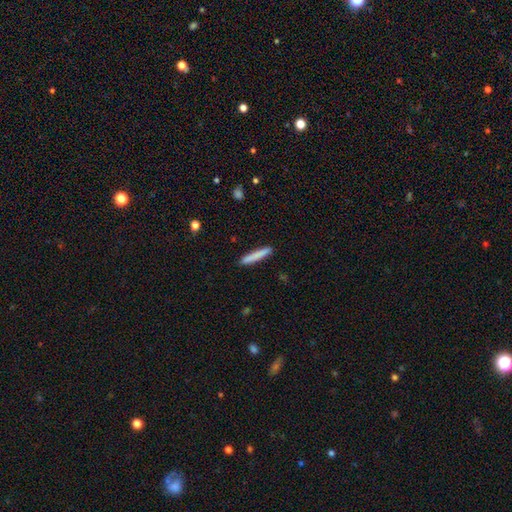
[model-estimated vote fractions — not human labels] Smooth or featured: smooth — 82% (featured or disk — 13%)
How rounded: cigar-shaped — 95% (in between — 4%)
Merging: none — 91% (minor disturbance — 6%)